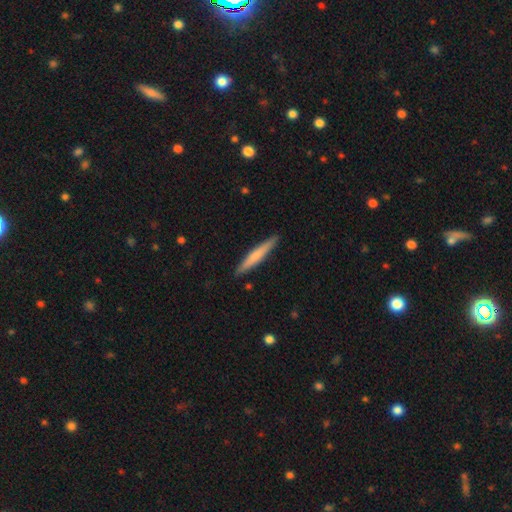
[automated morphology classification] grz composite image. It shows a smooth galaxy with no disk features (63%) that is cigar-shaped (95%). Merging: none (90%).